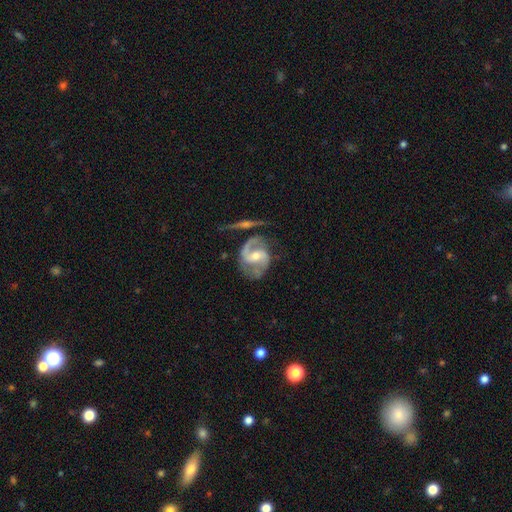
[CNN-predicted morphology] A featured or disk galaxy (89%) with a weak bar (46%), 2 (89%) medium (55%) spiral arms (96%) and a moderate central bulge (57%).

Vote fractions:
- Smooth or featured? featured or disk: 89% / smooth: 7% / star or artifact: 5%
- Edge-on disk? no: 97% / yes: 3%
- Bar? weak: 46% / no: 29% / strong: 25%
- Spiral arms? yes: 96% / no: 4%
- Spiral winding? medium: 55% / loose: 26% / tight: 19%
- Spiral arm count? 2: 89% / can't tell: 4% / 1: 3% / 3: 2% / 4: 1% / more than 4: 1%
- Bulge size? moderate: 57% / small: 38% / large: 3% / none: 1% / dominant: 1%
- Merging? none: 57% / minor disturbance: 20% / major disturbance: 14% / merger: 8%